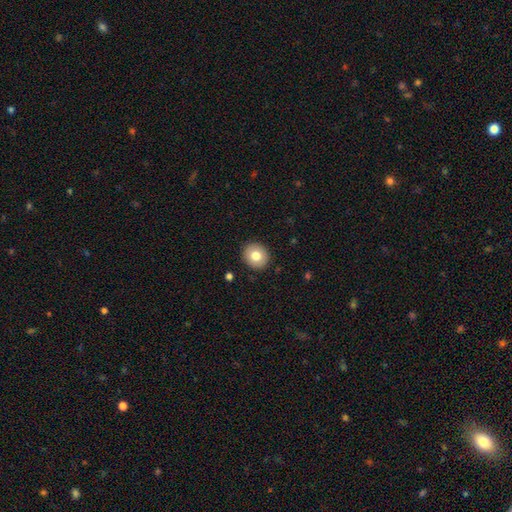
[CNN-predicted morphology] A smooth galaxy with no disk features (79%) that is round (85%). Merging: none (91%).